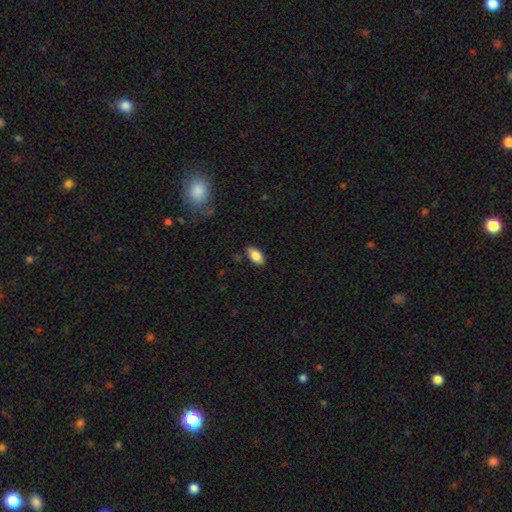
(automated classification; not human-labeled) smooth 83%, featured or disk 10%, star or artifact 7%. Down the decision tree: how rounded — in between (91%); merging — none (84%).